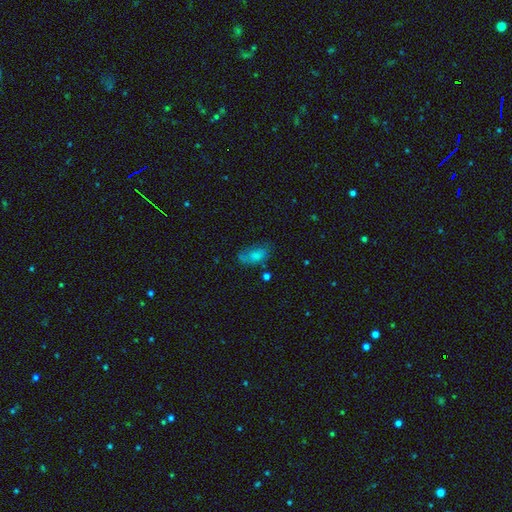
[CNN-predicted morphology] Smooth or featured? smooth (76%)
How rounded? in between (88%)
Merging? none (54%)